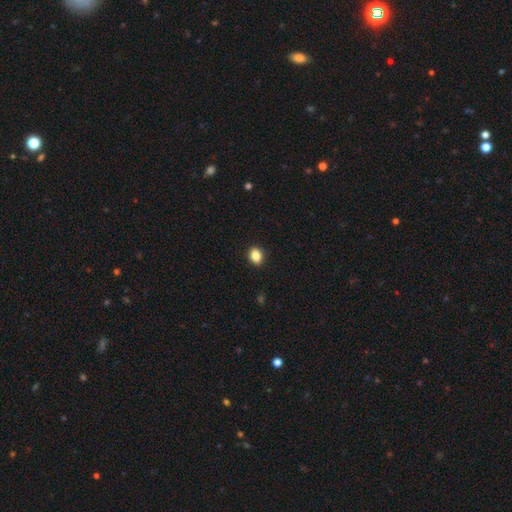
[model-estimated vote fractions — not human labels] Overall: smooth (86%). How rounded: in between (56%; round 43%). Merging: none (90%).